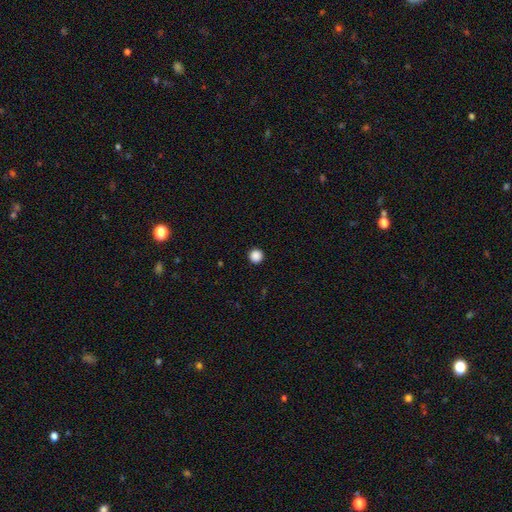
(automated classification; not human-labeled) Smooth or featured? smooth (88%)
How rounded? round (96%)
Merging? none (94%)